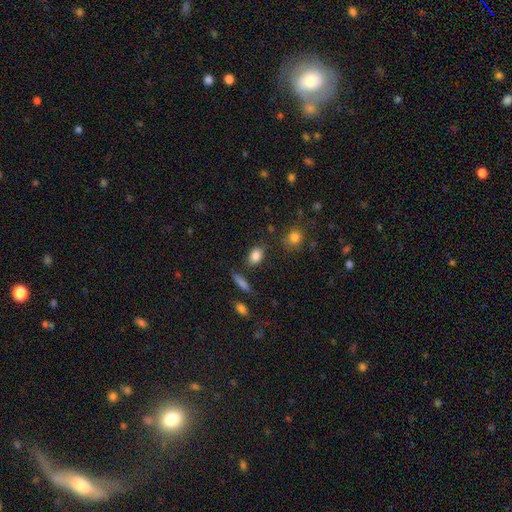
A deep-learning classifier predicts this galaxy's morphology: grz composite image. It shows a smooth galaxy with no disk features (85%) that is in between round and cigar-shaped (79%). Merging: none (79%).